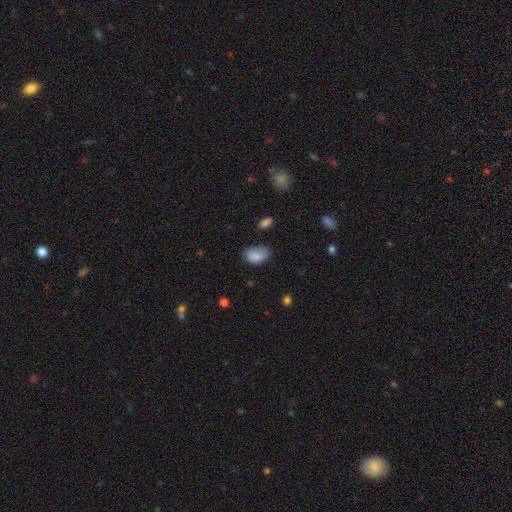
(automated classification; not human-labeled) Morphology: type=smooth (86%); roundness=in between (85%); merging=none (60%).